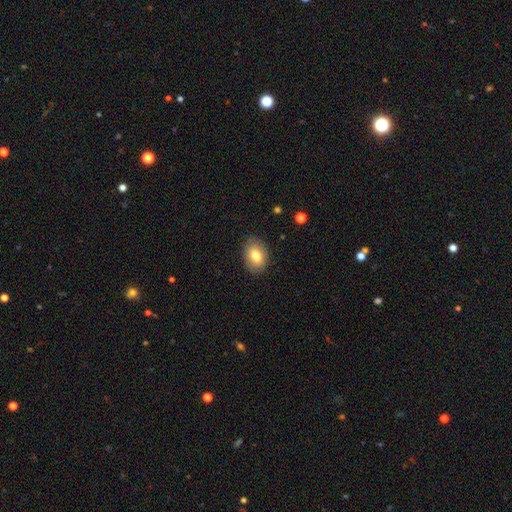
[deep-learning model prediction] Q: Smooth or featured?
A: smooth (79%); runner-up: featured or disk (13%)
Q: How rounded?
A: in between (81%); runner-up: round (18%)
Q: Merging?
A: none (86%); runner-up: minor disturbance (10%)